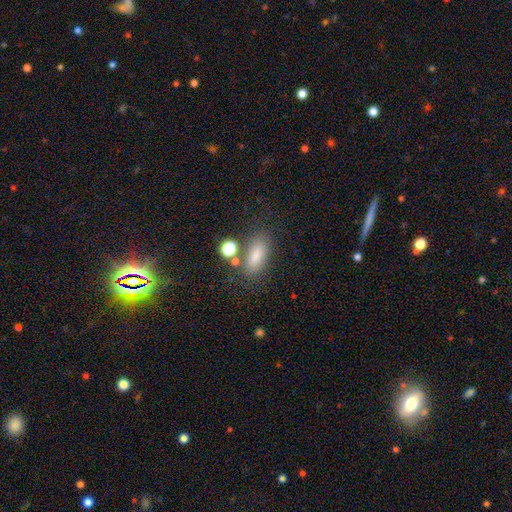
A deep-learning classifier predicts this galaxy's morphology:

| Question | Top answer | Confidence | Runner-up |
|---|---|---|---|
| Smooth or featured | smooth | 79% | star or artifact (11%) |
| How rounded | in between | 79% | cigar-shaped (14%) |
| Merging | none | 71% | minor disturbance (14%) |